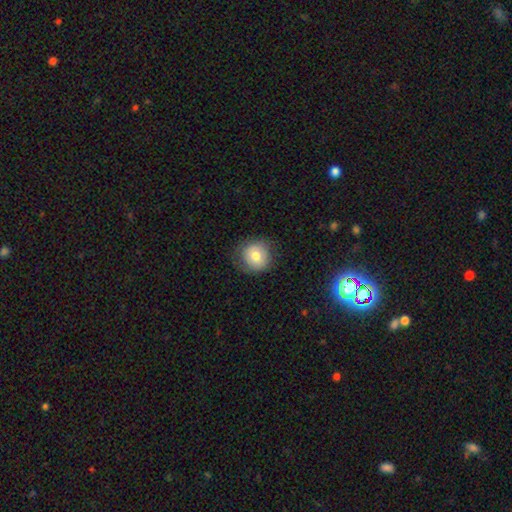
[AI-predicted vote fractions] Morphology: type=smooth (74%); roundness=round (88%); merging=none (76%).